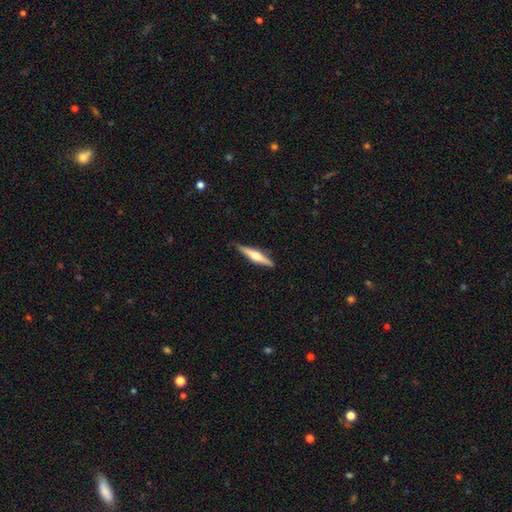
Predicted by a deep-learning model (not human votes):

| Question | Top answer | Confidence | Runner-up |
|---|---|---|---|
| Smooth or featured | featured or disk | 60% | smooth (35%) |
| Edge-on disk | yes | 97% | no (3%) |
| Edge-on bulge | rounded | 89% | boxy (6%) |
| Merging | none | 87% | minor disturbance (10%) |